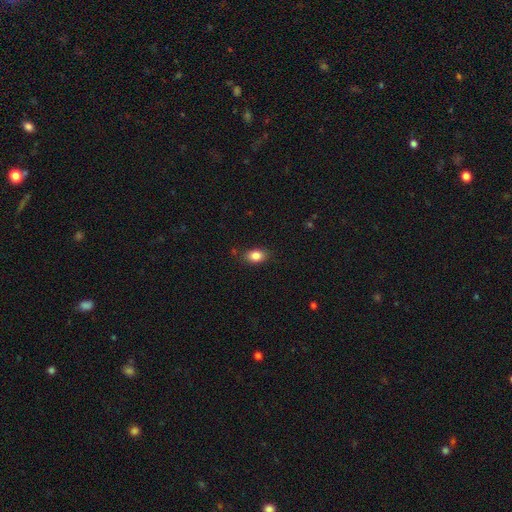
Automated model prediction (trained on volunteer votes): Smooth or featured: smooth — 85% (star or artifact — 9%)
How rounded: in between — 82% (round — 16%)
Merging: none — 84% (minor disturbance — 12%)